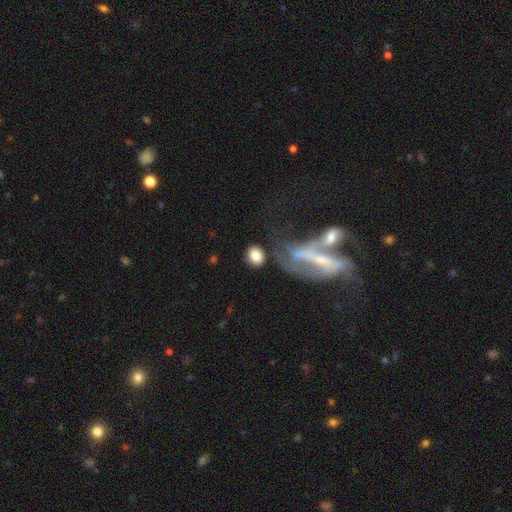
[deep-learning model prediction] Smooth or featured: smooth — 78% (featured or disk — 14%)
How rounded: round — 50% (in between — 47%)
Merging: none — 63% (minor disturbance — 15%)